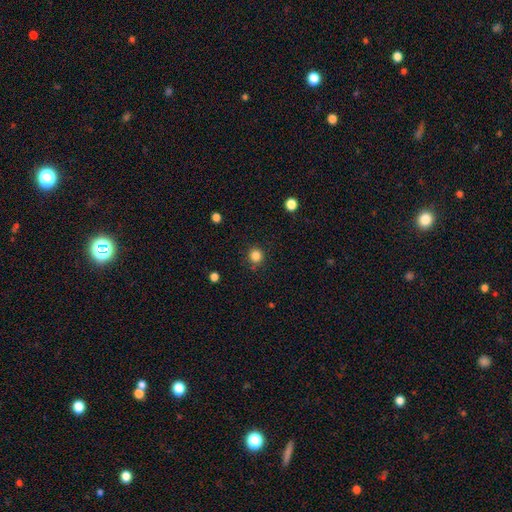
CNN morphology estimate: Overall: smooth (84%). How rounded: round (93%). Merging: none (86%).